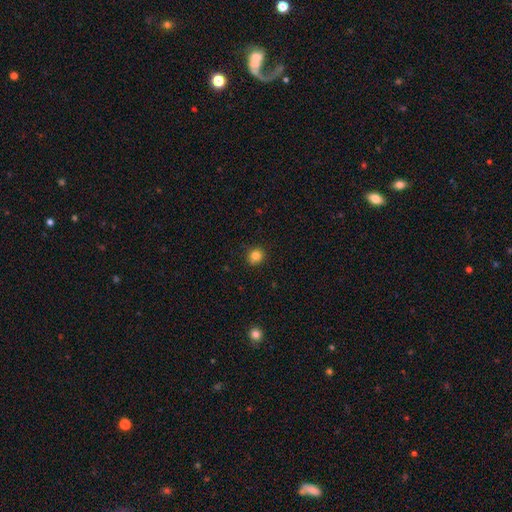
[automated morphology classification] Q: Smooth or featured?
A: smooth (83%); runner-up: star or artifact (12%)
Q: How rounded?
A: round (86%); runner-up: in between (13%)
Q: Merging?
A: none (87%); runner-up: minor disturbance (10%)